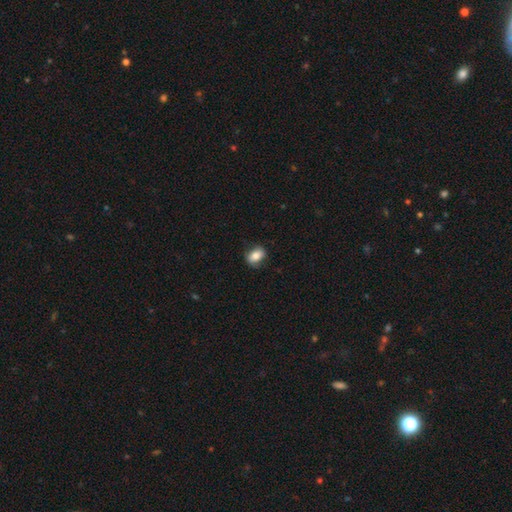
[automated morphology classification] A smooth galaxy with no disk features (78%) that is in between round and cigar-shaped (77%).

Vote fractions:
- Smooth or featured? smooth: 78% / featured or disk: 14% / star or artifact: 8%
- How rounded? in between: 77% / round: 21% / cigar-shaped: 2%
- Merging? none: 76% / minor disturbance: 18% / major disturbance: 5% / merger: 1%